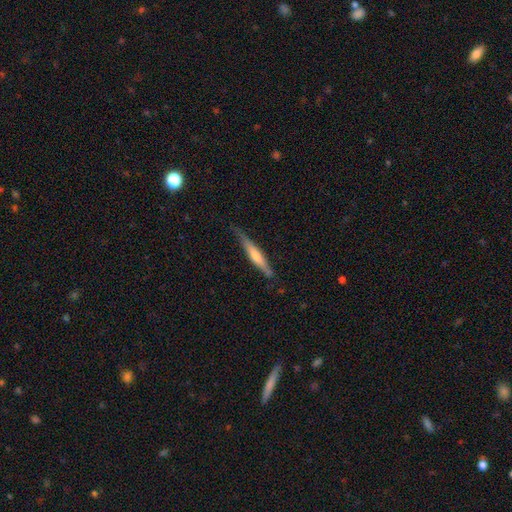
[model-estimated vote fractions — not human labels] Overall: featured or disk (59%; smooth 35%). Edge-on disk: yes (95%). Edge-on bulge: rounded (65%). Merging: none (76%).